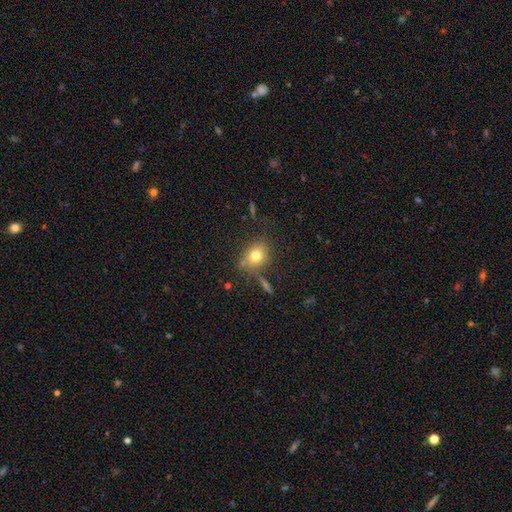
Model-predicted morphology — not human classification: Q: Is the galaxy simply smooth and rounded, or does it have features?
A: smooth — 76%.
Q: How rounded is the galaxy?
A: round — 60%.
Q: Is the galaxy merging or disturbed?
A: none — 72%.